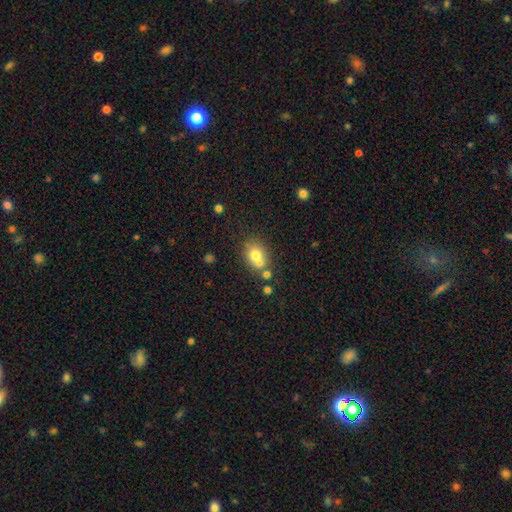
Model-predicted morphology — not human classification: This is likely a smooth galaxy (71%). How rounded: possibly round (56%). Merging: possibly none (49%).